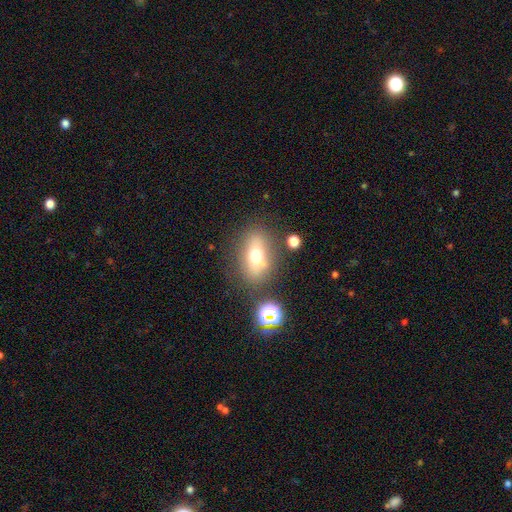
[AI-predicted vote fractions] The model was most divided on "smooth or featured": smooth: 60%, featured or disk: 26%, star or artifact: 14%. More confident: how rounded — in between (71%); merging — none (69%).